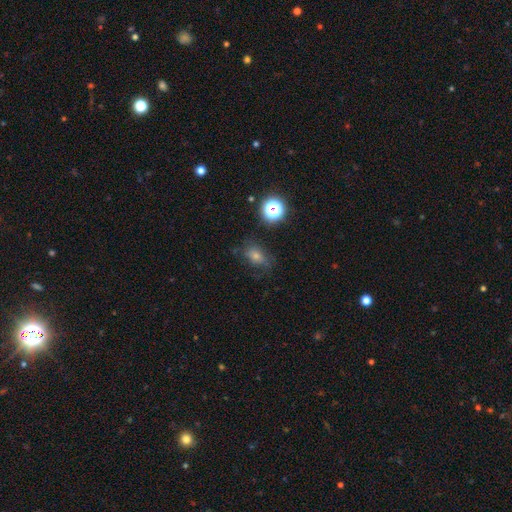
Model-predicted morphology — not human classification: smooth_or_featured: smooth (p=0.48) [alt: star or artifact p=0.29]
merging: none (p=0.64) [alt: minor disturbance p=0.22]